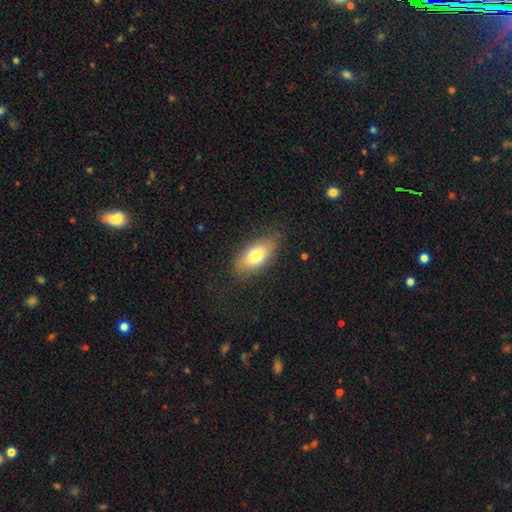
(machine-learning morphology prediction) type=smooth (74%); roundness=in between (86%); merging=none (78%).